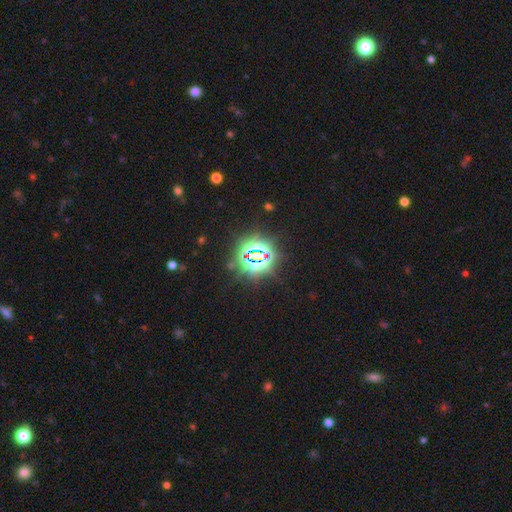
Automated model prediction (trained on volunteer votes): Q: Smooth or featured?
A: star or artifact (82%); runner-up: smooth (11%)